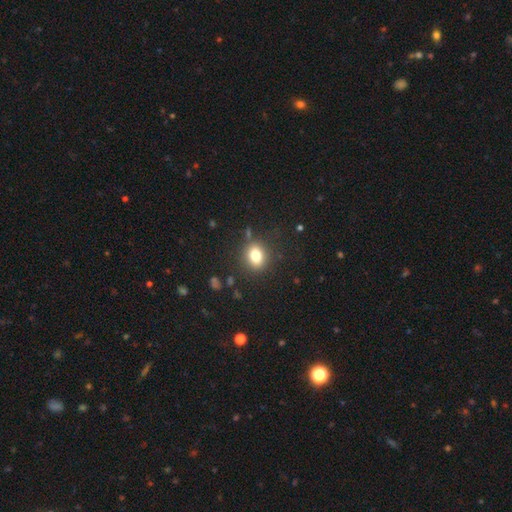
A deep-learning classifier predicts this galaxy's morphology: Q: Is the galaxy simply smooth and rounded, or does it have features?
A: smooth — 80%.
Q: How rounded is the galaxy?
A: round — 56%.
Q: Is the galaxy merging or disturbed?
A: none — 85%.